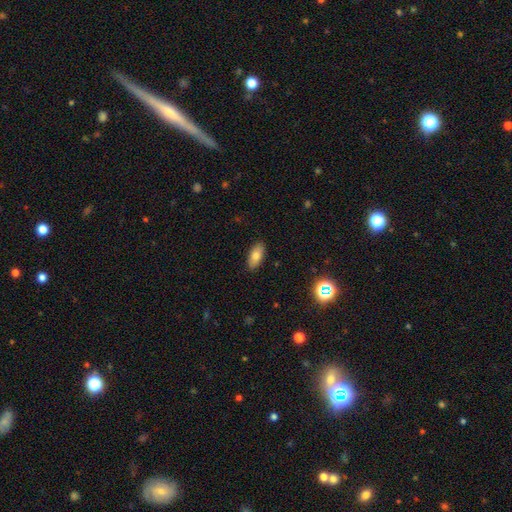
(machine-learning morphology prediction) This appears to be a smooth galaxy with no disk features (79%) that is in between round and cigar-shaped (87%). Merging: none (88%).